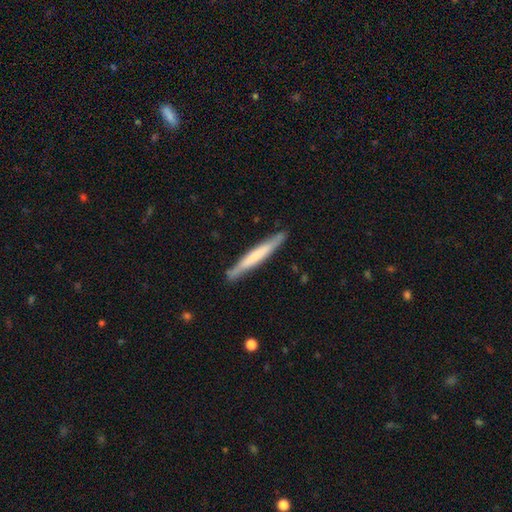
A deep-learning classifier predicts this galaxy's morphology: Smooth or featured?
  - smooth: 51% *
  - featured or disk: 44%
  - star or artifact: 5%
How rounded?
  - cigar-shaped: 96% *
  - in between: 3%
  - round: 1%
Merging?
  - none: 87% *
  - minor disturbance: 10%
  - major disturbance: 2%
  - merger: 1%